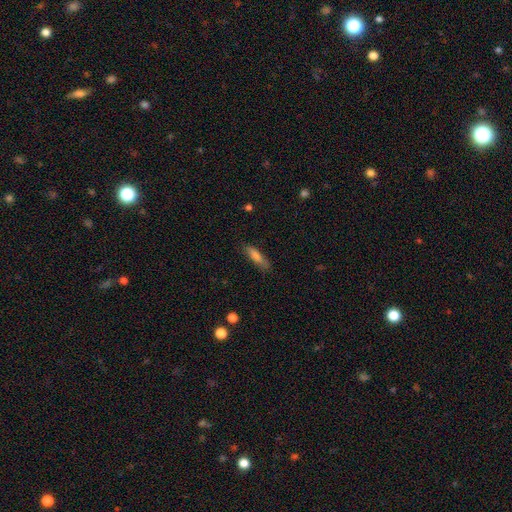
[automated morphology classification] Smooth or featured: smooth — 76% (featured or disk — 16%)
How rounded: cigar-shaped — 68% (in between — 30%)
Merging: none — 77% (minor disturbance — 17%)